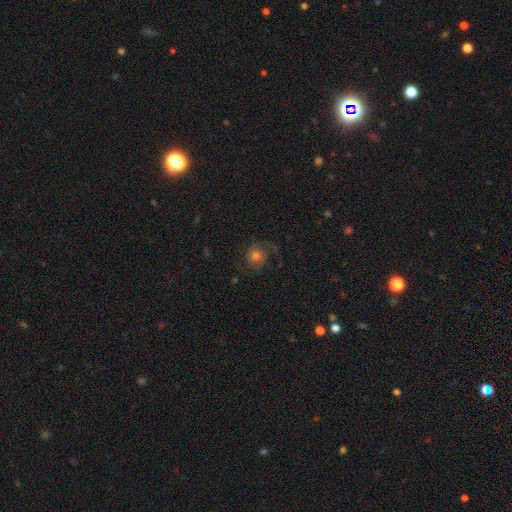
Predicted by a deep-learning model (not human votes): Smooth or featured?
  - featured or disk: 52% *
  - smooth: 35%
  - star or artifact: 13%
Edge-on disk?
  - no: 97% *
  - yes: 3%
Bar?
  - no: 79% *
  - weak: 18%
  - strong: 3%
Spiral arms?
  - yes: 86% *
  - no: 14%
Bulge size?
  - moderate: 55% *
  - small: 27%
  - large: 12%
  - none: 3%
  - dominant: 2%
Merging?
  - none: 64% *
  - major disturbance: 18%
  - minor disturbance: 16%
  - merger: 2%